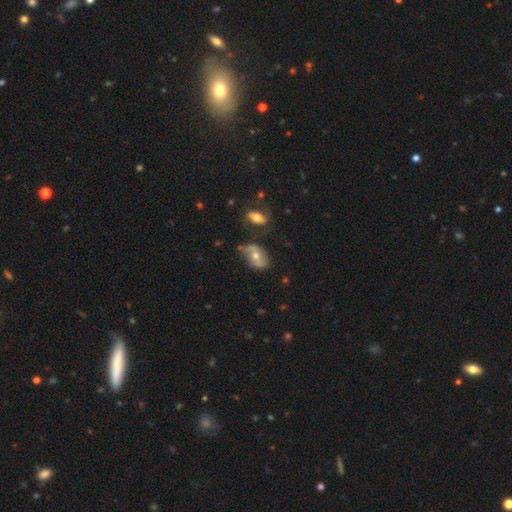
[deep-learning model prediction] Smooth or featured? Predicted: featured or disk (p=0.52). Edge-on disk? Predicted: no (p=0.92). Merging? Predicted: none (p=0.50).